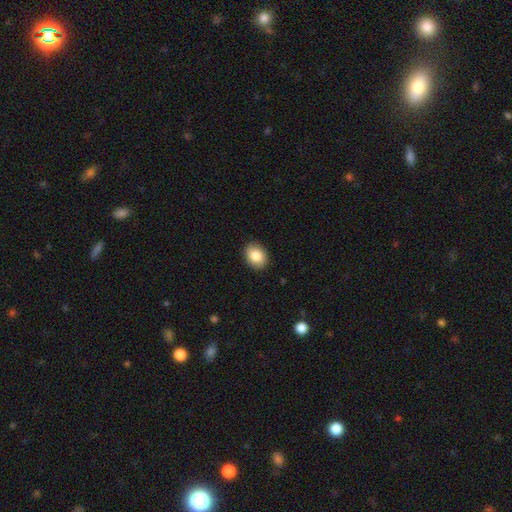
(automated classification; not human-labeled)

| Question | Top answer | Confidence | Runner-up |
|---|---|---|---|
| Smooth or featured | smooth | 85% | star or artifact (8%) |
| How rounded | in between | 61% | round (38%) |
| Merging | none | 89% | minor disturbance (8%) |